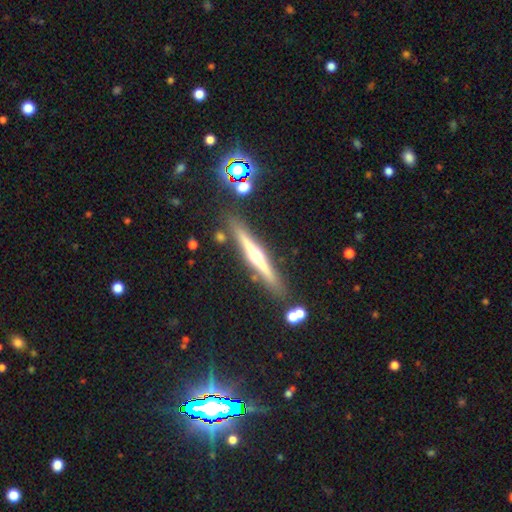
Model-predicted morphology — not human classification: Overall: featured or disk (72%). Edge-on disk: yes (97%). Edge-on bulge: rounded (89%). Merging: none (85%).